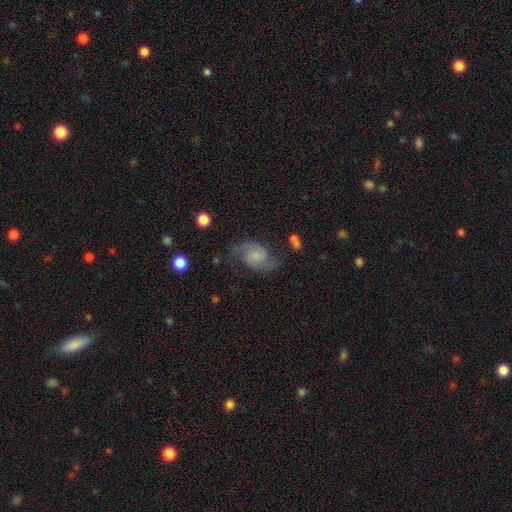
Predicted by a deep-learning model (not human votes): A featured or disk galaxy (78%) with no bar (64%), 2 (92%) medium (51%) spiral arms (96%) and a small central bulge (44%).

Vote fractions:
- Smooth or featured? featured or disk: 78% / smooth: 14% / star or artifact: 8%
- Edge-on disk? no: 98% / yes: 2%
- Bar? no: 64% / weak: 31% / strong: 5%
- Spiral arms? yes: 96% / no: 4%
- Spiral winding? medium: 51% / loose: 31% / tight: 18%
- Spiral arm count? 2: 92% / can't tell: 3% / 1: 2% / 3: 1% / 4: 1% / more than 4: 1%
- Bulge size? small: 44% / none: 29% / moderate: 20% / large: 5% / dominant: 2%
- Merging? none: 71% / minor disturbance: 18% / major disturbance: 9% / merger: 2%